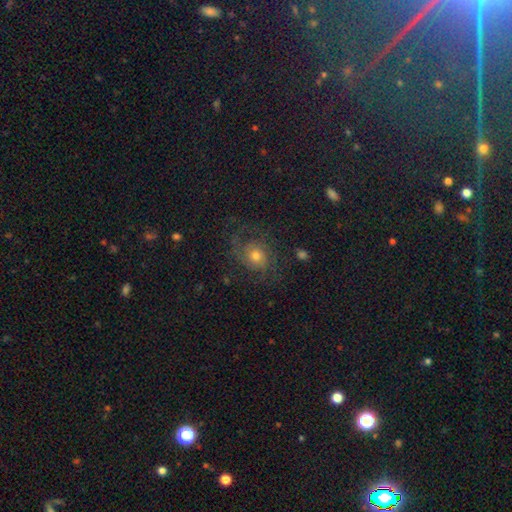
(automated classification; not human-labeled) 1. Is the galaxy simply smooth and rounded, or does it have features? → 59% featured or disk, 22% smooth, 19% star or artifact.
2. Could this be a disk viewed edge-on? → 97% no, 3% yes.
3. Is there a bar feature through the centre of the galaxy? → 78% no, 18% weak, 4% strong.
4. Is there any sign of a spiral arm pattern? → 89% yes, 11% no.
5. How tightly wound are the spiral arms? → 45% medium, 36% tight, 19% loose.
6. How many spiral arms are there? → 57% 2, 21% can't tell, 9% 3, 7% 1, 4% 4, 3% more than 4.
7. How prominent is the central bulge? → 62% moderate, 27% small, 8% large, 2% dominant, 2% none.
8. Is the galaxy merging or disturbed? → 71% none, 15% minor disturbance, 13% major disturbance, 2% merger.